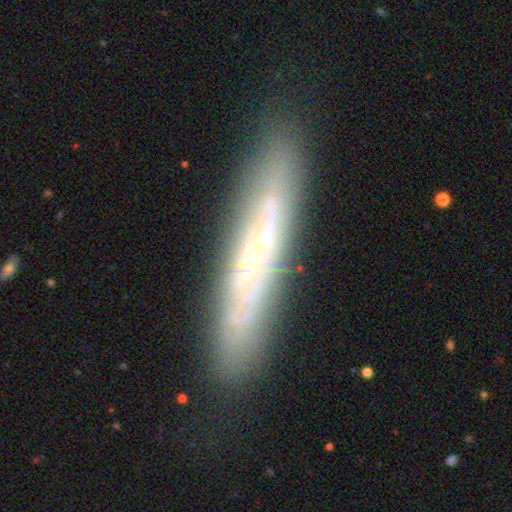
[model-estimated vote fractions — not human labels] Q: Smooth or featured?
A: featured or disk (67%); runner-up: smooth (25%)
Q: Edge-on disk?
A: yes (62%); runner-up: no (38%)
Q: Merging?
A: none (81%); runner-up: minor disturbance (13%)